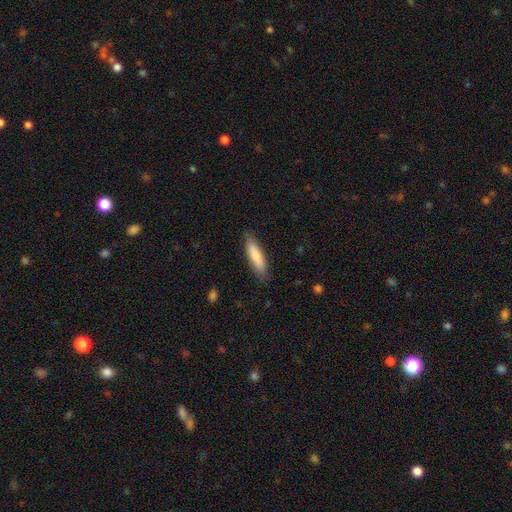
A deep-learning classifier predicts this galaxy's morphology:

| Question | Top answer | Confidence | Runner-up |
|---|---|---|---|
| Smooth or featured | smooth | 81% | featured or disk (14%) |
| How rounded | cigar-shaped | 72% | in between (26%) |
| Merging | none | 83% | minor disturbance (13%) |